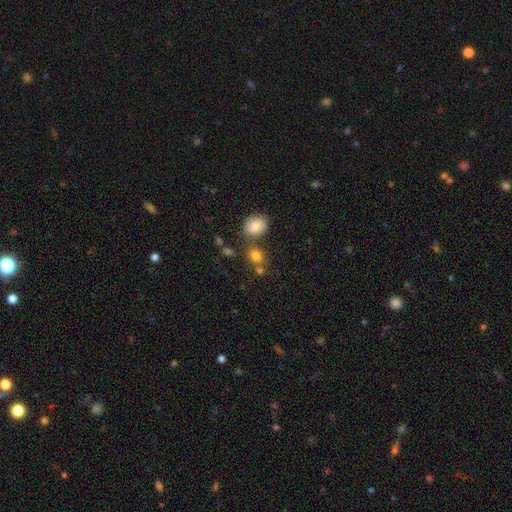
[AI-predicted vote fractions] A smooth galaxy with no disk features (80%) that is round (64%). Merging: none (62%).